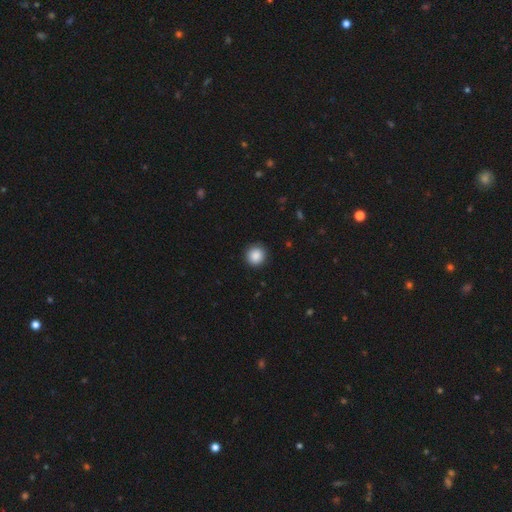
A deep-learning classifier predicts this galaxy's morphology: Smooth or featured? Predicted: smooth (p=0.88). How rounded? Predicted: round (p=0.94). Merging? Predicted: none (p=0.91).